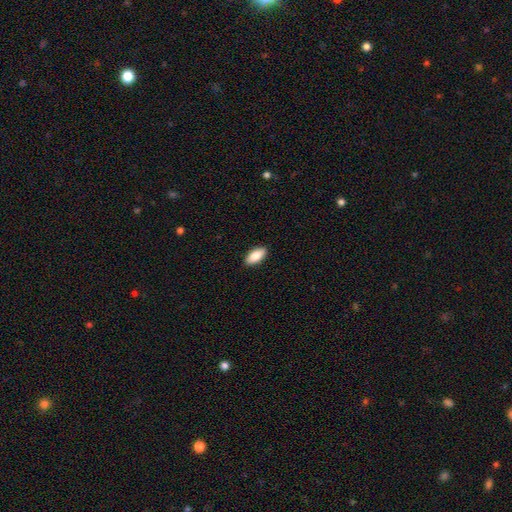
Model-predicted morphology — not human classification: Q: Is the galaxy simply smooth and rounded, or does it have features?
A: smooth — 87%.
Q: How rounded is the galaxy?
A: in between — 90%.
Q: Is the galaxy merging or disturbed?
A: none — 90%.